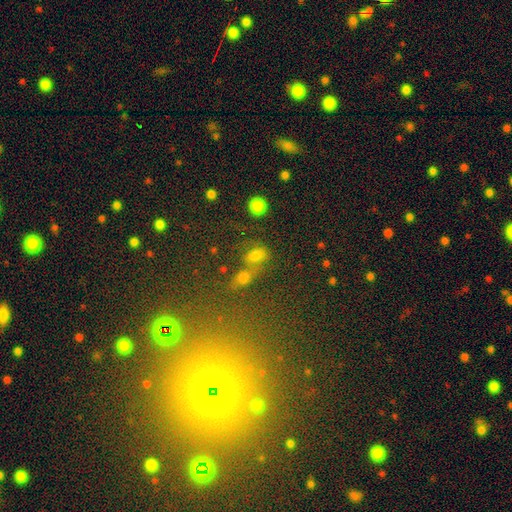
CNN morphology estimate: This appears to be a smooth galaxy with no disk features (64%) that is in between round and cigar-shaped (60%). Merging: none (47%).